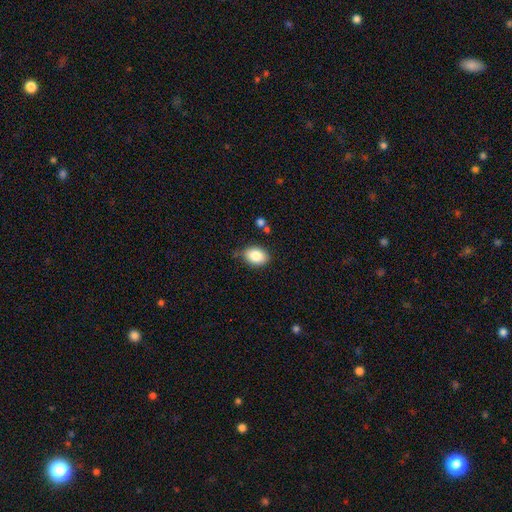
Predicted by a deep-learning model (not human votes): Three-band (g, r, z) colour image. It shows a smooth galaxy with no disk features (85%) that is in between round and cigar-shaped (82%). Merging: none (76%).